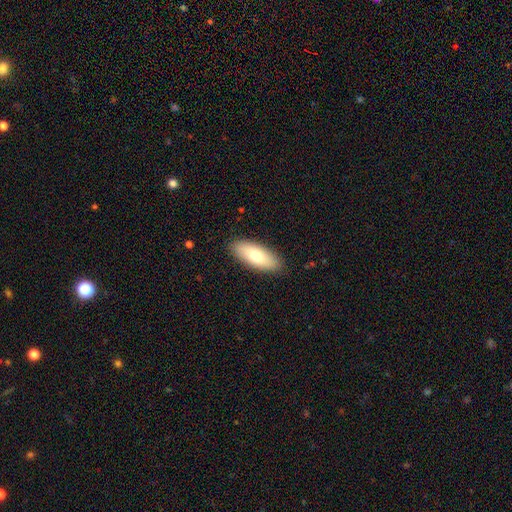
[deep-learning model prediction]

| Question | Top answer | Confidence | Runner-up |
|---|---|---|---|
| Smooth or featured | smooth | 73% | featured or disk (21%) |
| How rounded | in between | 79% | cigar-shaped (19%) |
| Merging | none | 89% | minor disturbance (8%) |